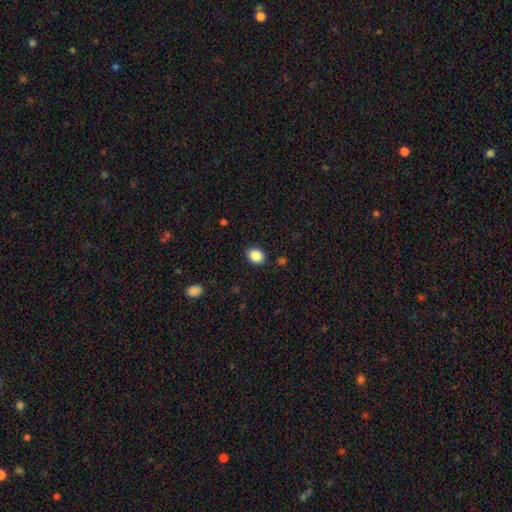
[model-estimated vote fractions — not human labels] A smooth galaxy with no disk features (87%) that is round (53%). Merging: none (88%).